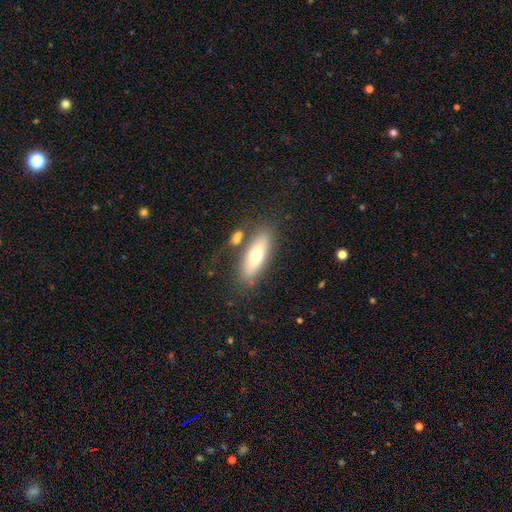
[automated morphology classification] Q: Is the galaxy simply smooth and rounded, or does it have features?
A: smooth — 64%.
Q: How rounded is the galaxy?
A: in between — 62%.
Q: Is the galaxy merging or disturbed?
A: none — 73%.